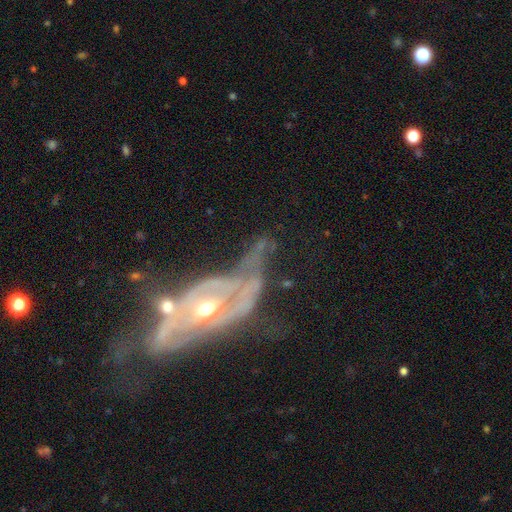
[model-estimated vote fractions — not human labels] A featured or disk galaxy (80%) with no bar (58%), spiral arms (69%) and a moderate central bulge (64%).

Vote fractions:
- Smooth or featured? featured or disk: 80% / smooth: 11% / star or artifact: 9%
- Edge-on disk? no: 84% / yes: 16%
- Bar? no: 58% / weak: 26% / strong: 16%
- Spiral arms? yes: 69% / no: 31%
- Bulge size? moderate: 64% / small: 29% / large: 4% / none: 1% / dominant: 1%
- Merging? none: 32% / major disturbance: 30% / minor disturbance: 22% / merger: 15%